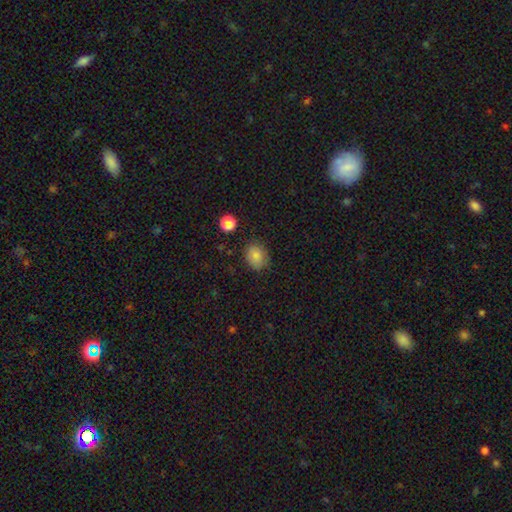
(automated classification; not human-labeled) The model was most divided on "how rounded": round: 52%, in between: 47%, cigar-shaped: 1%. More confident: smooth or featured — smooth (84%); merging — none (79%).